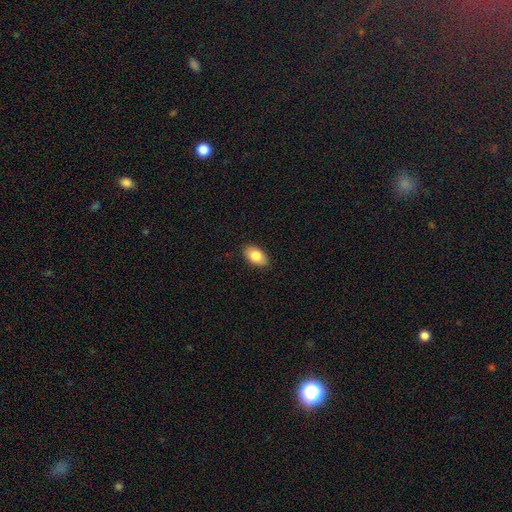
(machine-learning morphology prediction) This is clearly a smooth galaxy (82%). How rounded: clearly in between (93%). Merging: clearly none (89%).